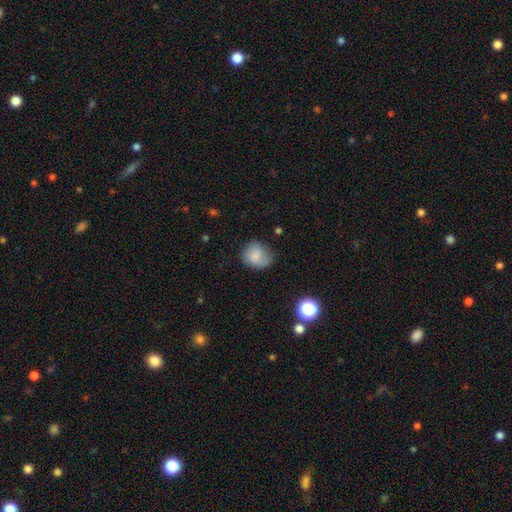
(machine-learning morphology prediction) type=smooth (75%); roundness=round (68%); merging=none (53%).